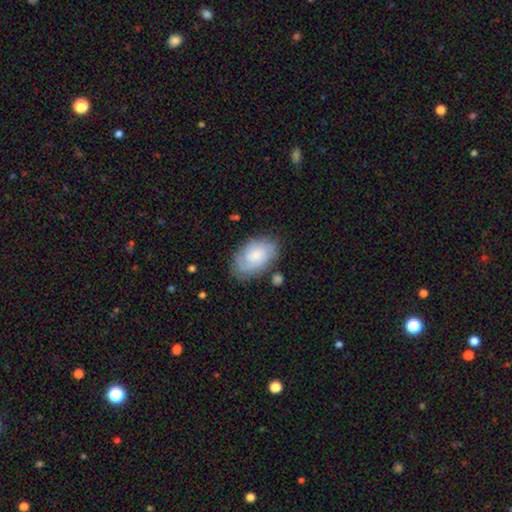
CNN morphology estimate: smooth-or-featured: featured or disk: 53% | smooth: 40% | star or artifact: 7%
  disk-edge-on: no: 96% | yes: 4%
    bar: no: 68% | weak: 28% | strong: 3%
    has-spiral-arms: yes: 86% | no: 14%
    bulge-size: small: 56% | moderate: 31% | none: 7% | large: 5% | dominant: 2%
  merging: none: 70% | minor disturbance: 20% | major disturbance: 7% | merger: 4%